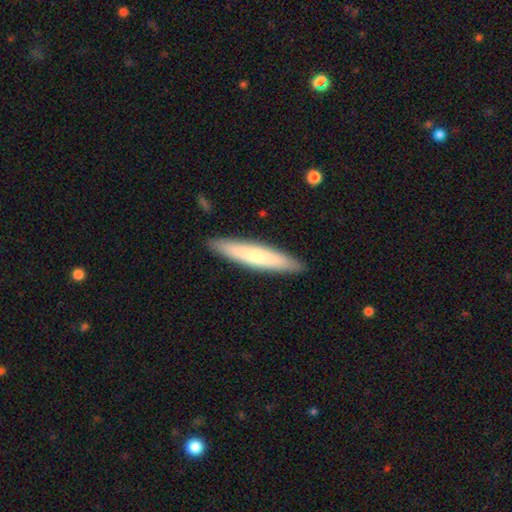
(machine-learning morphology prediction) smooth_or_featured: smooth (p=0.66) [alt: featured or disk p=0.29]
how_rounded: cigar-shaped (p=0.90) [alt: in between p=0.09]
merging: none (p=0.91) [alt: minor disturbance p=0.07]